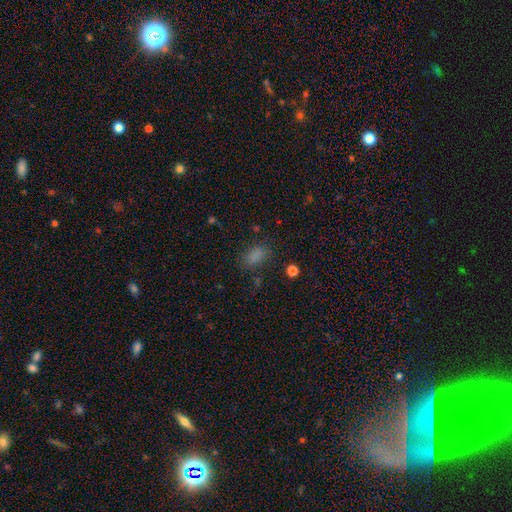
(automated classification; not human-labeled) Smooth or featured? Predicted: smooth (p=0.80). How rounded? Predicted: in between (p=0.87). Merging? Predicted: none (p=0.76).